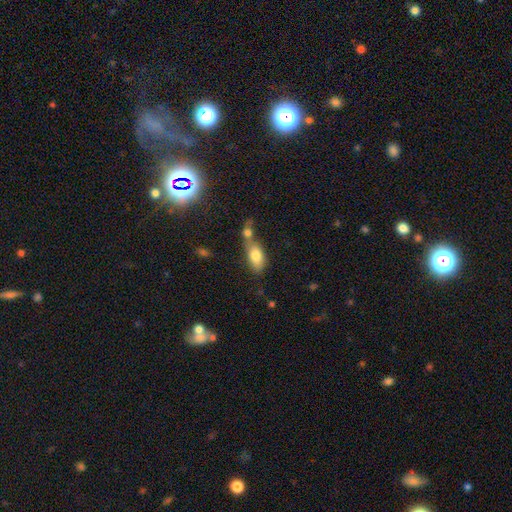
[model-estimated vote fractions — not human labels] Smooth or featured? Predicted: smooth (p=0.78). How rounded? Predicted: in between (p=0.88). Merging? Predicted: merger (p=0.51).